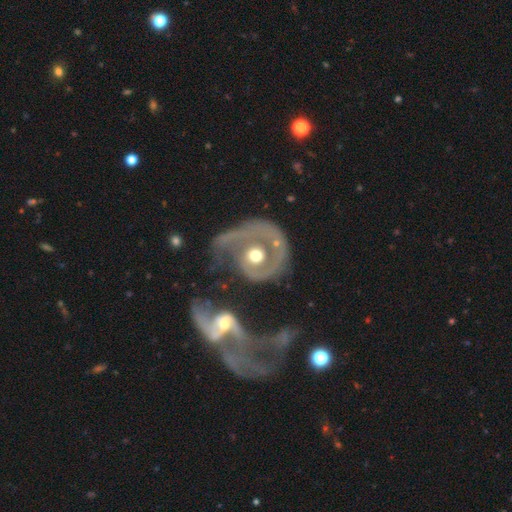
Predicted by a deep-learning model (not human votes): featured or disk 80%, smooth 15%, star or artifact 5%. Down the decision tree: edge-on disk — no (97%); bar — no (80%); spiral arms — yes (76%); spiral arm count — 1 (53%); spiral winding — tight (43%); bulge size — moderate (76%); merging — major disturbance (35%).